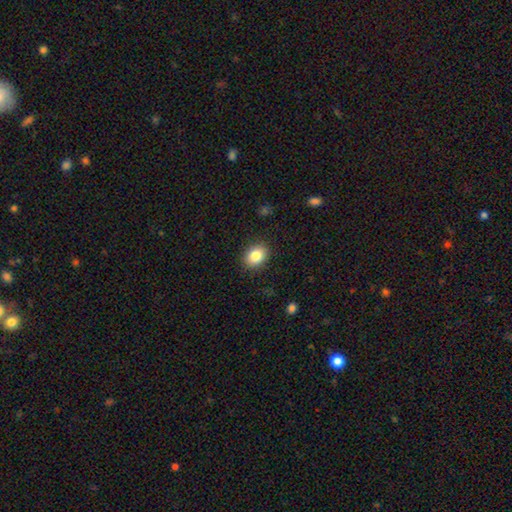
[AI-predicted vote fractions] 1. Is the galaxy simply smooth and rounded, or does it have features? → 85% smooth, 8% star or artifact, 6% featured or disk.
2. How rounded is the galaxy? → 62% in between, 37% round, 1% cigar-shaped.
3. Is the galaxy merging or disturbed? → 88% none, 8% minor disturbance, 2% major disturbance, 1% merger.